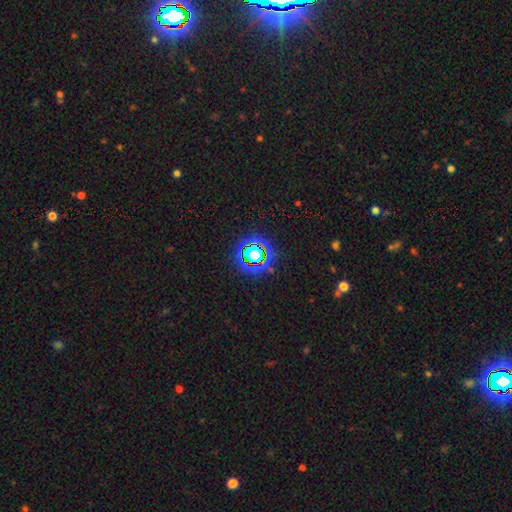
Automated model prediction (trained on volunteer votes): Smooth or featured?
  - star or artifact: 70% *
  - smooth: 18%
  - featured or disk: 11%